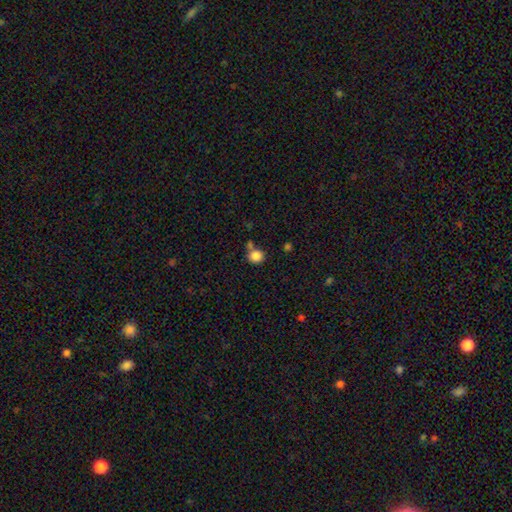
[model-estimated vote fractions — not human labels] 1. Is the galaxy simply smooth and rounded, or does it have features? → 85% smooth, 10% star or artifact, 5% featured or disk.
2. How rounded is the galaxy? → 87% round, 12% in between, 1% cigar-shaped.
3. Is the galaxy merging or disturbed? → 65% none, 20% merger, 11% minor disturbance, 4% major disturbance.